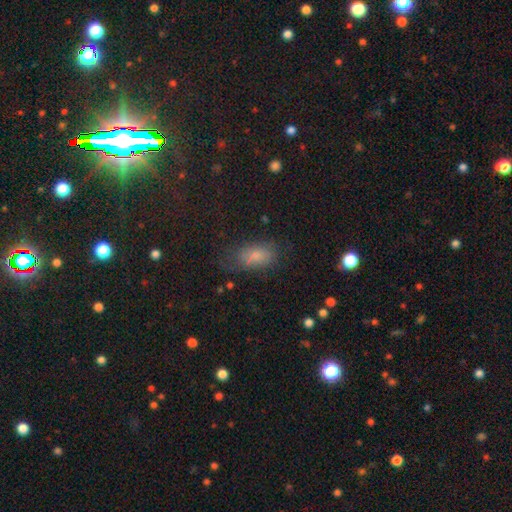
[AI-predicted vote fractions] A smooth galaxy with no disk features (72%) that is in between round and cigar-shaped (89%). Merging: none (59%).